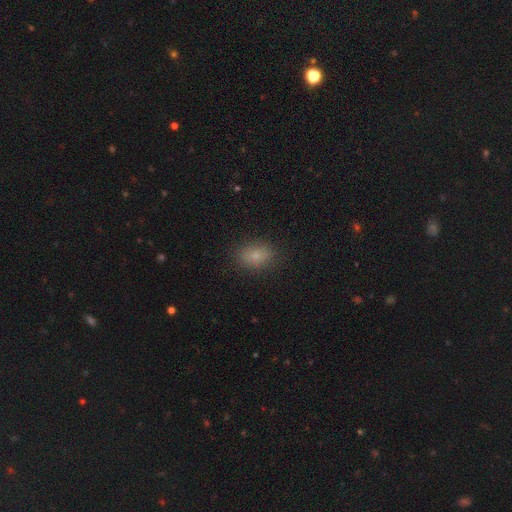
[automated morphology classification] Smooth or featured? Predicted: smooth (p=0.79). How rounded? Predicted: in between (p=0.79). Merging? Predicted: none (p=0.85).